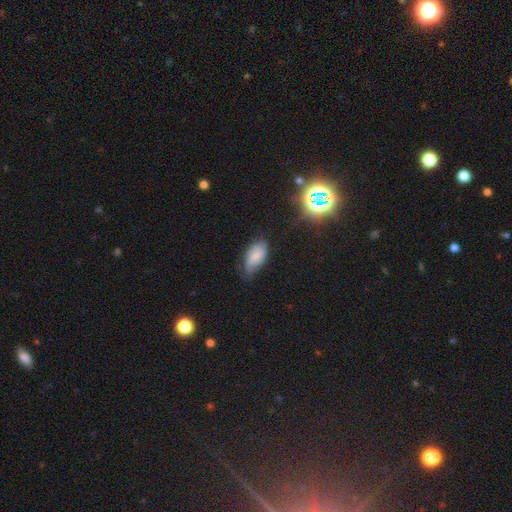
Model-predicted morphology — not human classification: This appears to be a smooth galaxy with no disk features (70%) that is in between round and cigar-shaped (93%). Merging: none (46%).